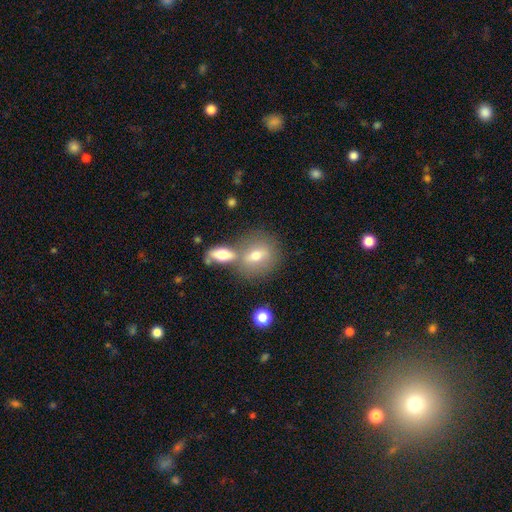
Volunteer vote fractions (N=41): Smooth or featured? 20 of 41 (49%, tied with featured or disk) said smooth. How rounded? 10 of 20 (50%, tied with in between) said round. Merging? 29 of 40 (72%) said none.